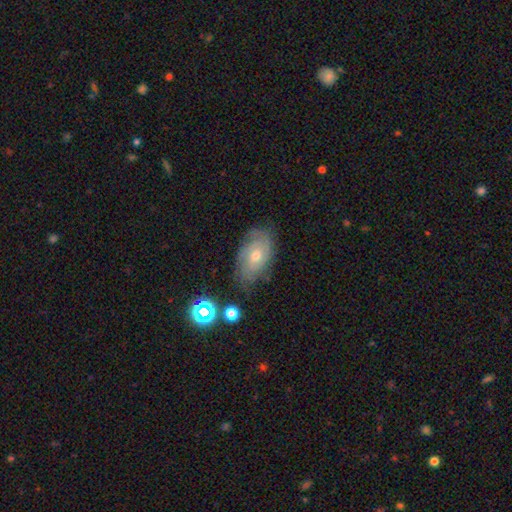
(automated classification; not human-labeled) Smooth or featured?
  - featured or disk: 68% *
  - smooth: 23%
  - star or artifact: 10%
Edge-on disk?
  - no: 95% *
  - yes: 5%
Bar?
  - no: 74% *
  - weak: 23%
  - strong: 4%
Spiral arms?
  - yes: 89% *
  - no: 11%
Spiral winding?
  - tight: 65% *
  - medium: 27%
  - loose: 8%
Spiral arm count?
  - can't tell: 47% *
  - 2: 23%
  - 3: 16%
  - 4: 6%
  - 1: 4%
  - more than 4: 4%
Bulge size?
  - moderate: 52% *
  - small: 44%
  - large: 2%
  - none: 1%
  - dominant: 1%
Merging?
  - none: 70% *
  - minor disturbance: 21%
  - major disturbance: 6%
  - merger: 2%